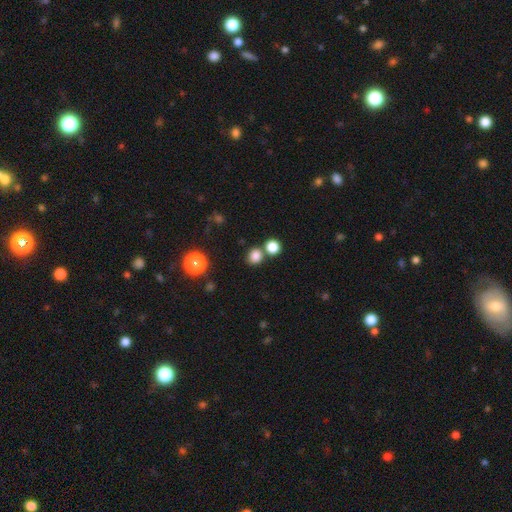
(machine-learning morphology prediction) Smooth or featured?
  - smooth: 82% *
  - star or artifact: 14%
  - featured or disk: 5%
How rounded?
  - round: 81% *
  - in between: 18%
  - cigar-shaped: 1%
Merging?
  - none: 70% *
  - merger: 19%
  - minor disturbance: 8%
  - major disturbance: 3%